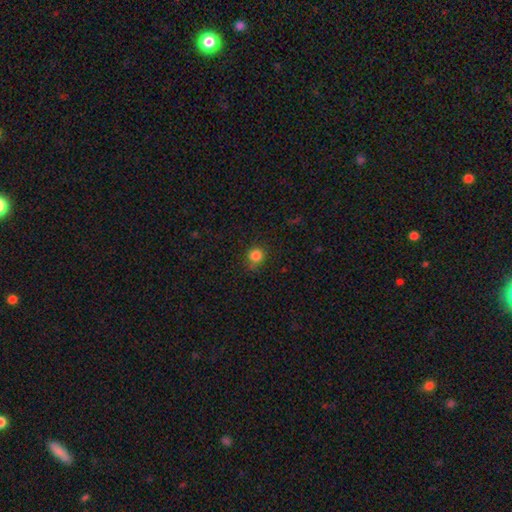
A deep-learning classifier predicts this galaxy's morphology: A smooth galaxy with no disk features (83%) that is round (88%). Merging: none (81%).